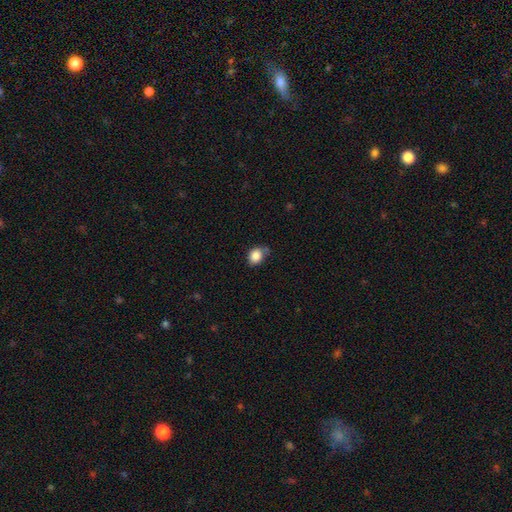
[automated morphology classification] This is clearly a smooth galaxy (85%). How rounded: possibly round (53%). Merging: likely none (62%).